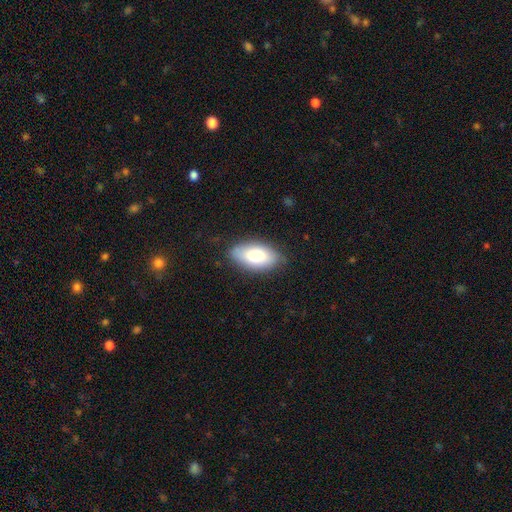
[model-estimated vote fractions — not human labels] Overall: smooth (79%). How rounded: in between (92%). Merging: none (80%).